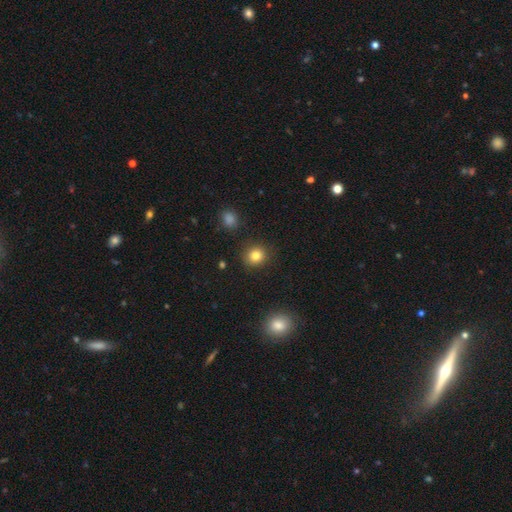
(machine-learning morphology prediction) This appears to be a smooth galaxy with no disk features (83%) that is round (85%). Merging: none (89%).